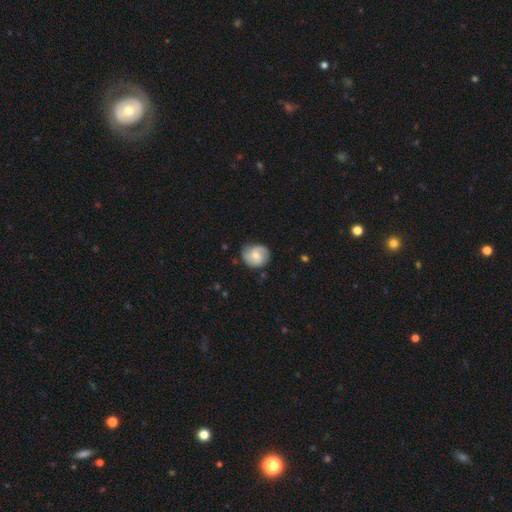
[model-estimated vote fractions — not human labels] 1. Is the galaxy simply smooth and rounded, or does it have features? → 50% smooth, 43% featured or disk, 7% star or artifact.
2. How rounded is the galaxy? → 74% round, 25% in between, 1% cigar-shaped.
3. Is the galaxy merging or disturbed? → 71% none, 23% minor disturbance, 5% major disturbance, 2% merger.